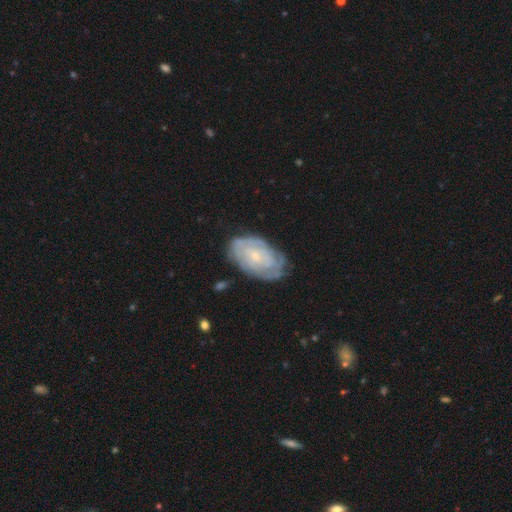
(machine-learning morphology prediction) Smooth or featured?
  - featured or disk: 73% *
  - smooth: 21%
  - star or artifact: 6%
Edge-on disk?
  - no: 96% *
  - yes: 4%
Bar?
  - no: 73% *
  - weak: 23%
  - strong: 4%
Spiral arms?
  - yes: 84% *
  - no: 16%
Spiral winding?
  - tight: 74% *
  - medium: 20%
  - loose: 6%
Spiral arm count?
  - can't tell: 56% *
  - 2: 17%
  - 3: 10%
  - 4: 8%
  - more than 4: 5%
  - 1: 4%
Bulge size?
  - small: 72% *
  - moderate: 22%
  - none: 3%
  - large: 1%
  - dominant: 1%
Merging?
  - none: 71% *
  - minor disturbance: 21%
  - major disturbance: 6%
  - merger: 2%